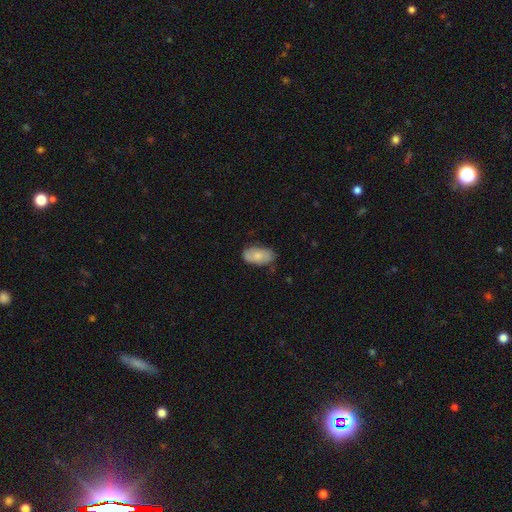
A smooth galaxy with no disk features (70%) that is in between round and cigar-shaped (96%).

Vote fractions:
- Smooth or featured? smooth: 70% / featured or disk: 25% / star or artifact: 5%
- How rounded? in between: 96% / cigar-shaped: 4% / round: 0%
- Merging? none: 79% / minor disturbance: 16% / major disturbance: 5% / merger: 0%